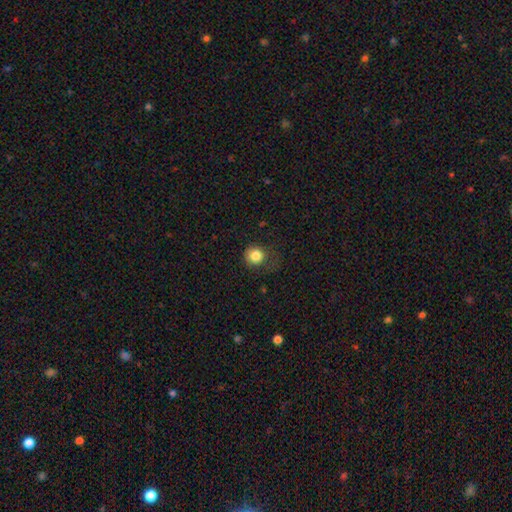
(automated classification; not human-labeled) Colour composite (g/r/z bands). It shows a smooth galaxy with no disk features (83%) that is round (88%). Merging: none (65%).